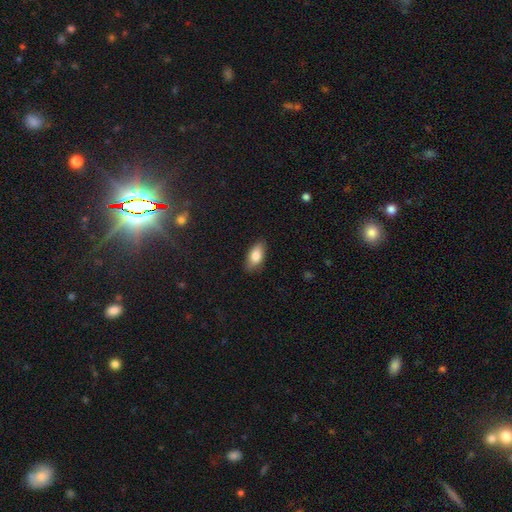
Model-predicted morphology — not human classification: Q: Smooth or featured?
A: smooth (83%); runner-up: featured or disk (10%)
Q: How rounded?
A: in between (89%); runner-up: cigar-shaped (7%)
Q: Merging?
A: none (83%); runner-up: minor disturbance (13%)